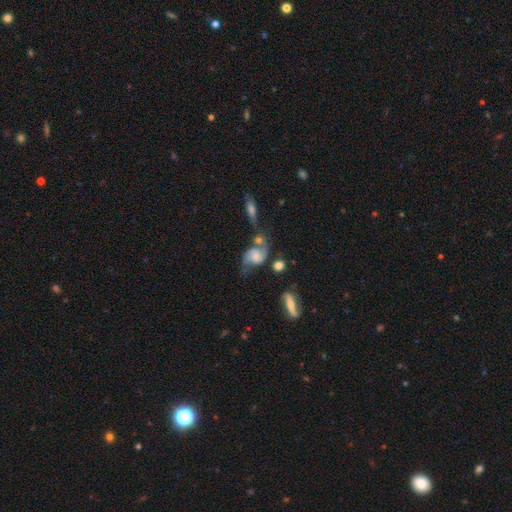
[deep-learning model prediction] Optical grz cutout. It shows a featured or disk galaxy (72%) with no bar (63%), 2 (89%) loose (51%) spiral arms (92%) and a moderate central bulge (29%). Merging: none (37%).